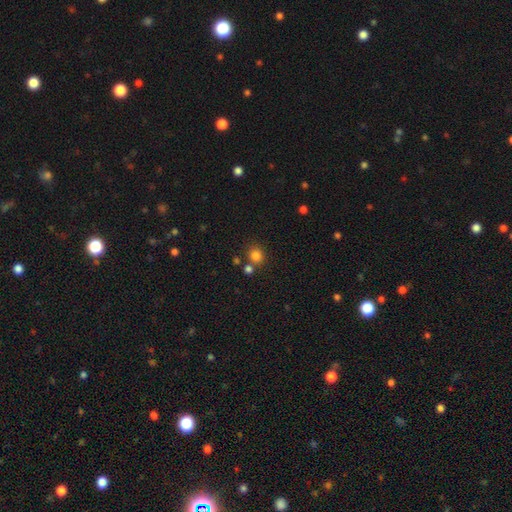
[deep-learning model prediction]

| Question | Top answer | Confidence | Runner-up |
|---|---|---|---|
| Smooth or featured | smooth | 81% | star or artifact (14%) |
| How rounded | round | 82% | in between (18%) |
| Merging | none | 71% | merger (16%) |